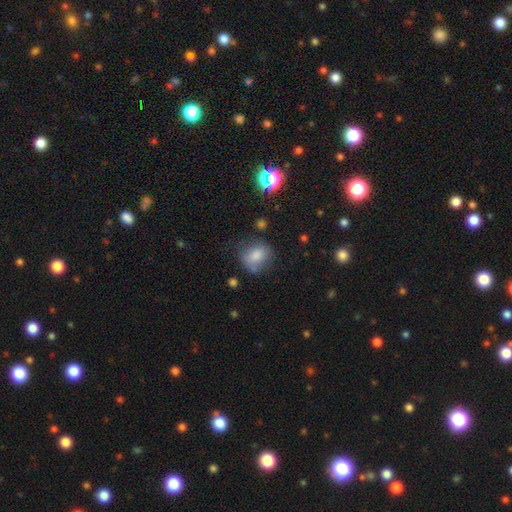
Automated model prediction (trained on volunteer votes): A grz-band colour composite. It shows a smooth galaxy with no disk features (77%) that is round (56%). Merging: none (57%).